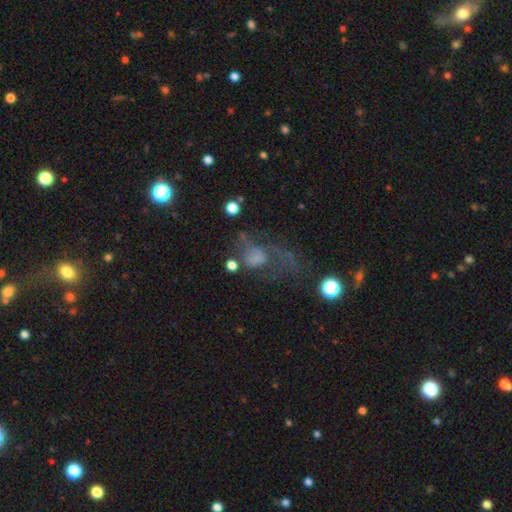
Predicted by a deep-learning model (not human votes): A smooth galaxy with no disk features (39%, tied with featured or disk). Merging: major disturbance (50%).